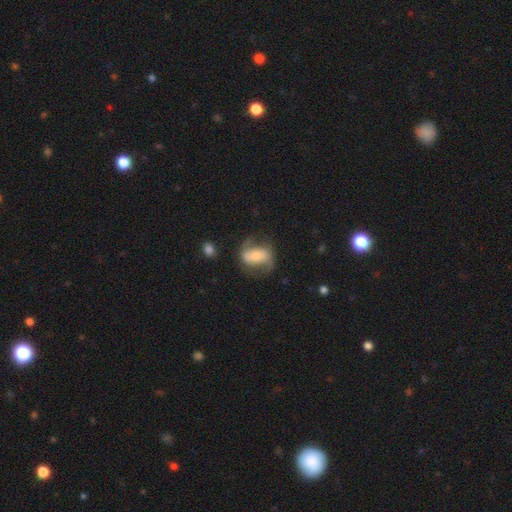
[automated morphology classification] This appears to be a featured or disk galaxy (67%) with a strong bar (35%), 2 (88%) loose (49%) spiral arms (88%) and a moderate central bulge (46%). Merging: none (64%).